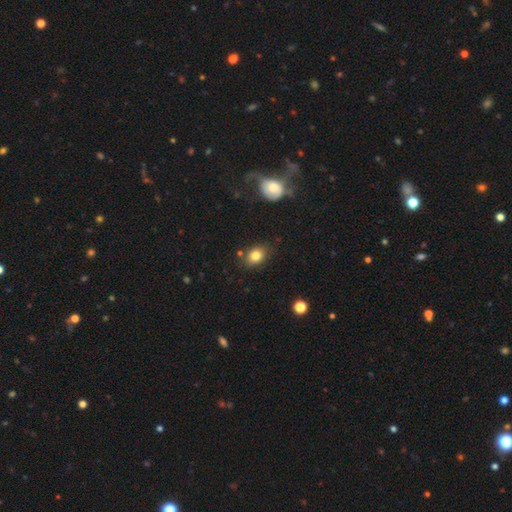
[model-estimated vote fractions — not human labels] This is clearly a smooth galaxy (81%). How rounded: likely in between (68%). Merging: clearly none (80%).